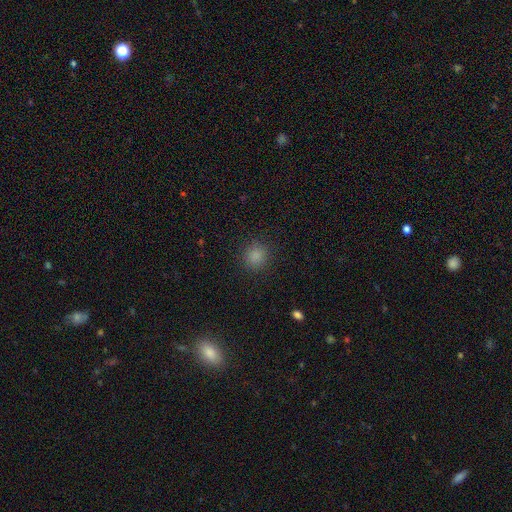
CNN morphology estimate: Smooth or featured? smooth (85%)
How rounded? round (89%)
Merging? none (89%)